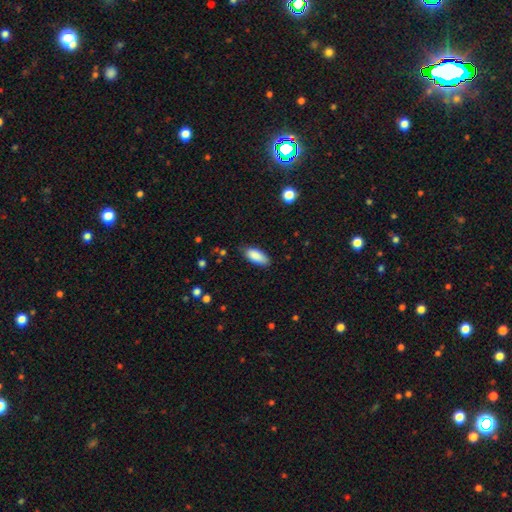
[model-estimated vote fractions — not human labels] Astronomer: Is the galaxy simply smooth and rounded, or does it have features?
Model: smooth — 88%.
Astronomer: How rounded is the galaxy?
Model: in between — 85%.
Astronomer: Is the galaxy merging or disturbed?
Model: none — 80%.